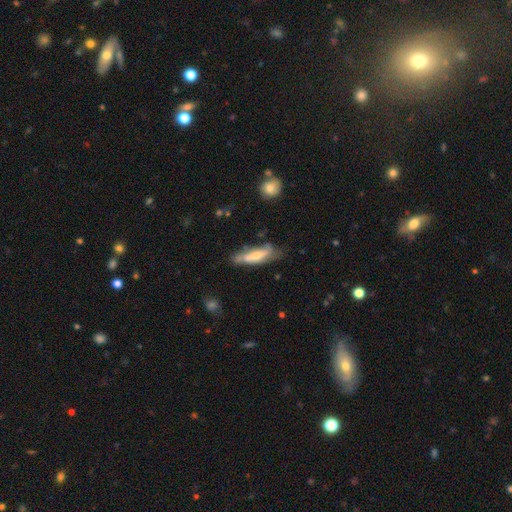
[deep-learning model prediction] This is possibly a smooth galaxy (48%). Merging: possibly none (57%).